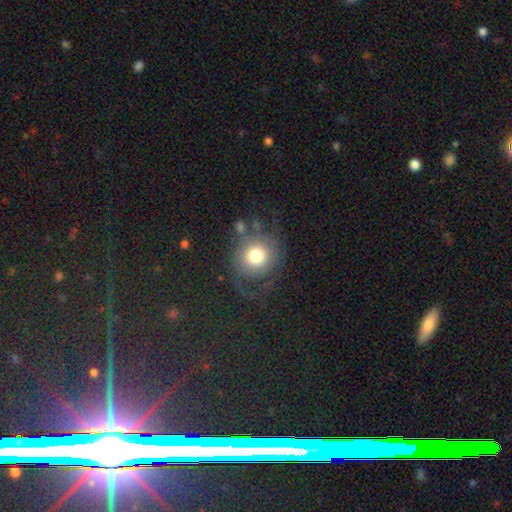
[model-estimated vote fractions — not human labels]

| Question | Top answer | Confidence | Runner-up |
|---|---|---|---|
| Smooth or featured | smooth | 59% | featured or disk (30%) |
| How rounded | round | 88% | in between (11%) |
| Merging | none | 54% | major disturbance (24%) |